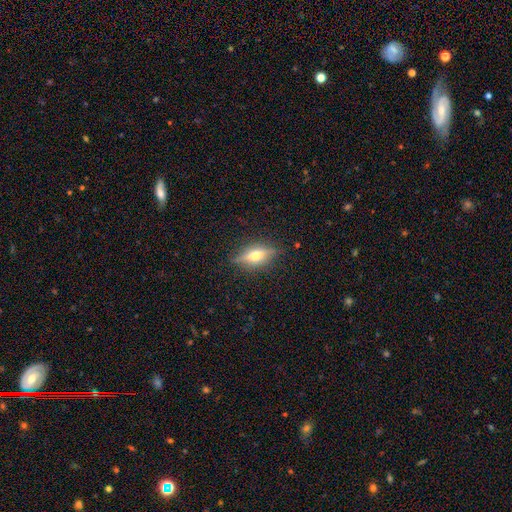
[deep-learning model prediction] smooth-or-featured: featured or disk: 54% | smooth: 37% | star or artifact: 10%
  disk-edge-on: yes: 87% | no: 13%
  merging: none: 83% | minor disturbance: 12% | major disturbance: 4% | merger: 1%